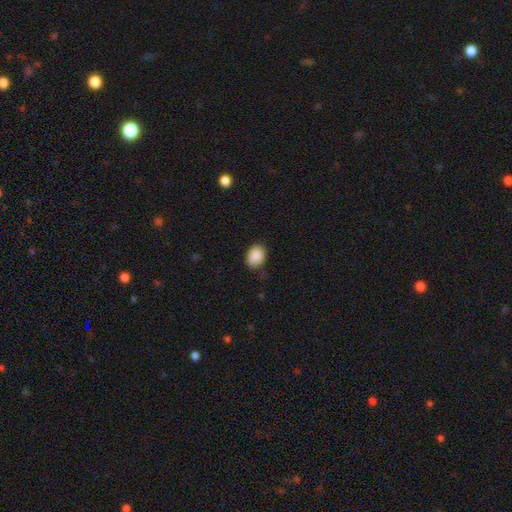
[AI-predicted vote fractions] The model was most divided on "how rounded": in between: 59%, round: 40%, cigar-shaped: 1%. More confident: smooth or featured — smooth (89%); merging — none (77%).